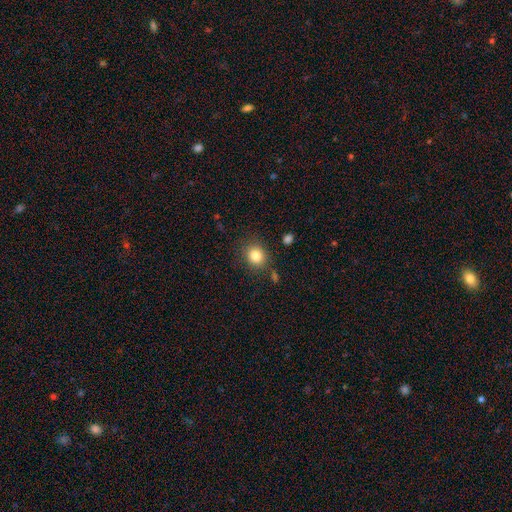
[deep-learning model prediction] smooth-or-featured: smooth: 83% | star or artifact: 11% | featured or disk: 6%
  how-rounded: round: 73% | in between: 26% | cigar-shaped: 1%
  merging: none: 83% | minor disturbance: 10% | major disturbance: 3% | merger: 3%